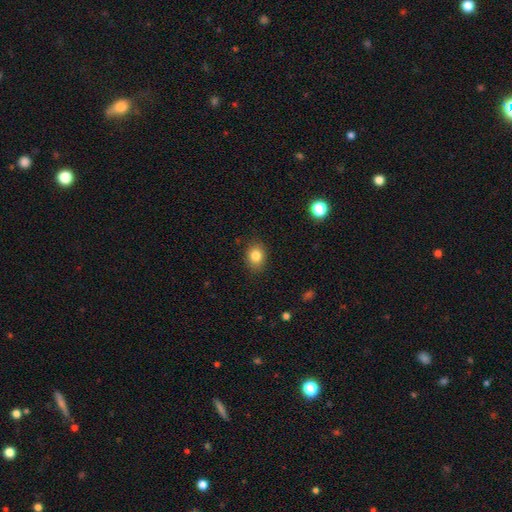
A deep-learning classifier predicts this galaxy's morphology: This is clearly a smooth galaxy (83%). How rounded: possibly in between (55%). Merging: clearly none (86%).